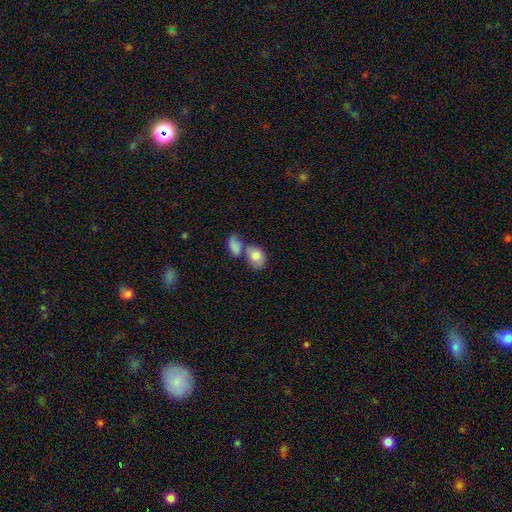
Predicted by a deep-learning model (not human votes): Smooth or featured: smooth — 83% (featured or disk — 11%)
How rounded: in between — 74% (round — 25%)
Merging: merger — 52% (none — 31%)